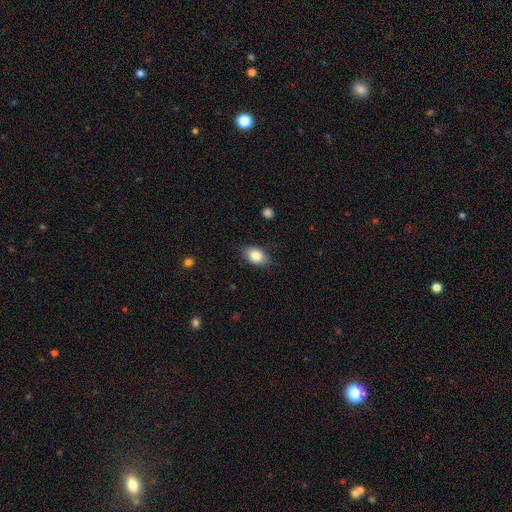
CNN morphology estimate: Smooth or featured?
  - smooth: 83% *
  - featured or disk: 9%
  - star or artifact: 8%
How rounded?
  - in between: 88% *
  - round: 10%
  - cigar-shaped: 2%
Merging?
  - none: 84% *
  - minor disturbance: 12%
  - major disturbance: 3%
  - merger: 1%